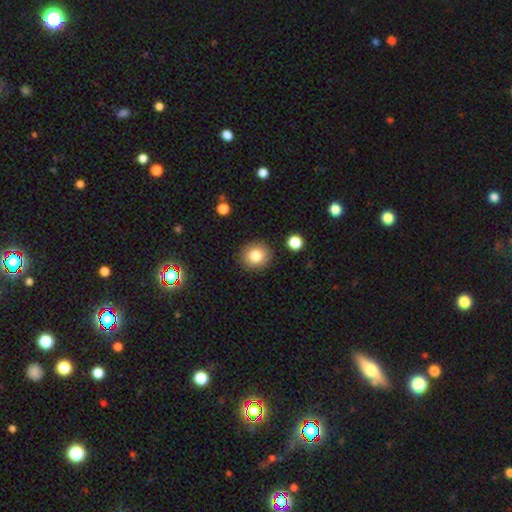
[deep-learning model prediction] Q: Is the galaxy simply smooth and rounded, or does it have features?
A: smooth — 81%.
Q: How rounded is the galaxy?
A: round — 89%.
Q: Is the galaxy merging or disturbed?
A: none — 89%.